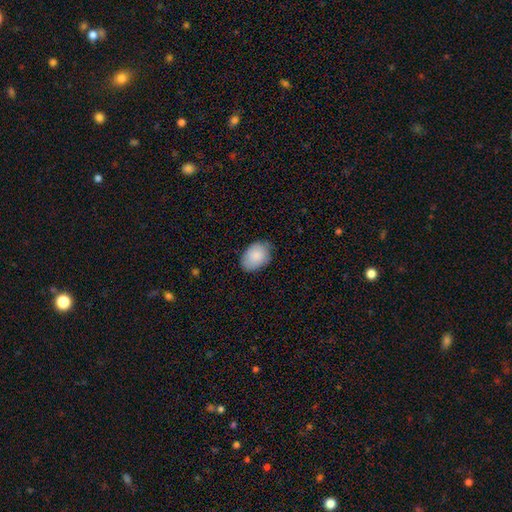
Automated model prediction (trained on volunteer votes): This is clearly a smooth galaxy (86%). How rounded: clearly in between (83%). Merging: likely none (77%).